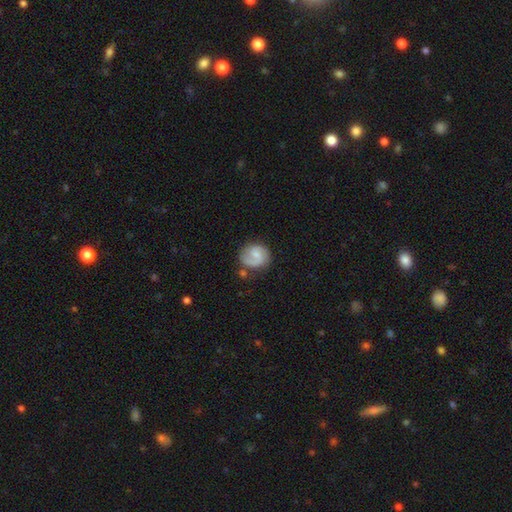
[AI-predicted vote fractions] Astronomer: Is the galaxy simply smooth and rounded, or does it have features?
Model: featured or disk — 65%.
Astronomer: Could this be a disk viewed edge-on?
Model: no — 98%.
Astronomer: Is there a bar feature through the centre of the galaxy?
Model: weak — 53% (runner-up: no, 35%).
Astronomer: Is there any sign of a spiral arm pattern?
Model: yes — 92%.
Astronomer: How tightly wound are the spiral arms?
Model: medium — 47% (runner-up: loose, 27%).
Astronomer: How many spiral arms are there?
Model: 2 — 80%.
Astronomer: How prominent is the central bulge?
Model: small — 52% (runner-up: moderate, 30%).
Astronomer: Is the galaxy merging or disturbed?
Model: none — 71%.